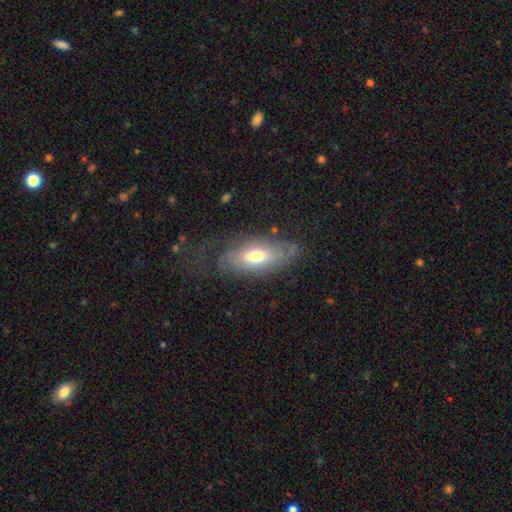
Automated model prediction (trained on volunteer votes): smooth_or_featured: featured or disk (p=0.46) [tied with: smooth p=0.46]
merging: none (p=0.61) [alt: minor disturbance p=0.23]